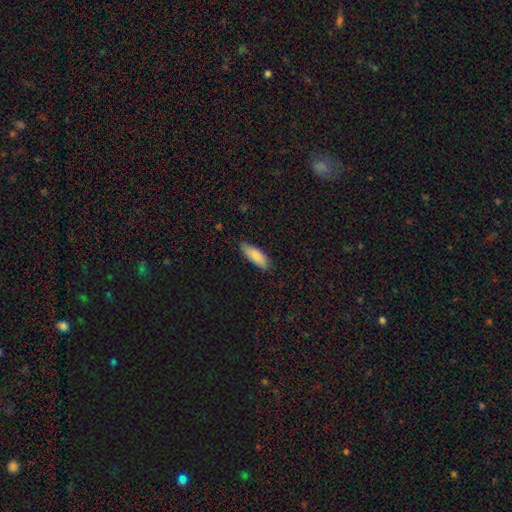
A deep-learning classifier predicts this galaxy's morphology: Q: Smooth or featured?
A: smooth (85%); runner-up: featured or disk (9%)
Q: How rounded?
A: in between (63%); runner-up: cigar-shaped (36%)
Q: Merging?
A: none (78%); runner-up: minor disturbance (18%)